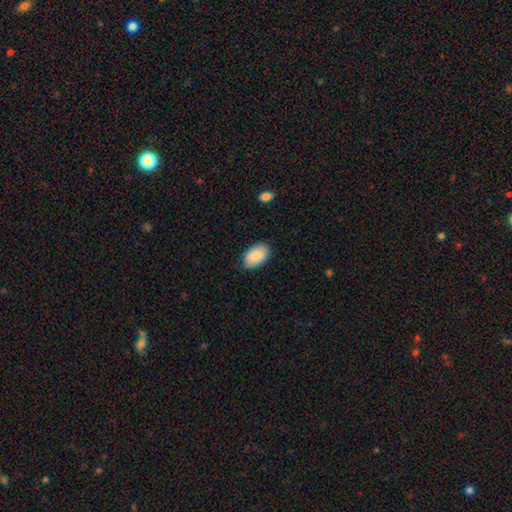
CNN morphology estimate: Smooth or featured: smooth — 88% (featured or disk — 6%)
How rounded: in between — 94% (round — 5%)
Merging: none — 85% (minor disturbance — 12%)